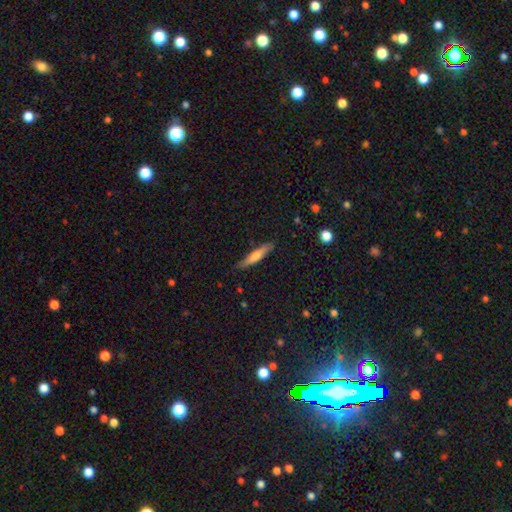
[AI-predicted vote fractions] Smooth or featured? Predicted: smooth (p=0.62). How rounded? Predicted: cigar-shaped (p=0.88). Merging? Predicted: none (p=0.84).